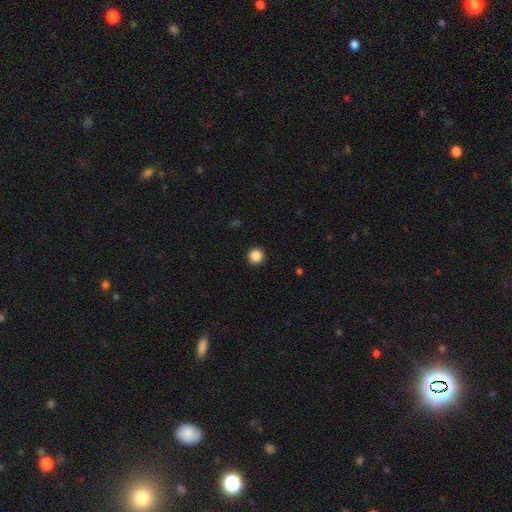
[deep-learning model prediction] A smooth galaxy with no disk features (87%) that is round (96%). Merging: none (93%).